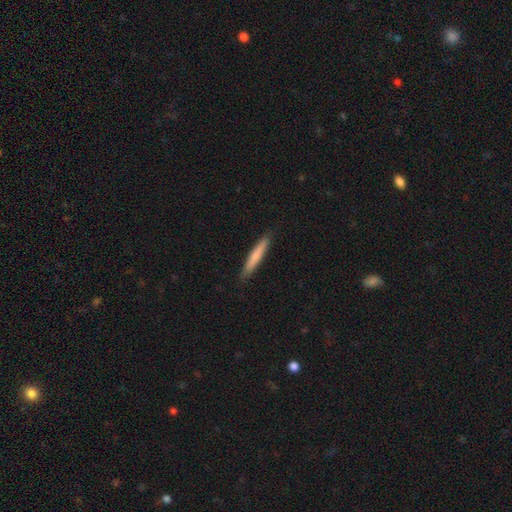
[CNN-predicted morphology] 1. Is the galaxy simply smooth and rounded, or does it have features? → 73% smooth, 22% featured or disk, 5% star or artifact.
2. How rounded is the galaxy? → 94% cigar-shaped, 5% in between, 1% round.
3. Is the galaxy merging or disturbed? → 89% none, 8% minor disturbance, 1% major disturbance, 1% merger.